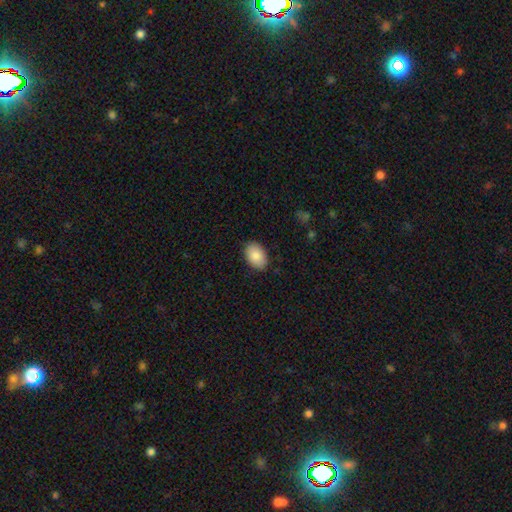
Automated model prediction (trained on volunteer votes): smooth 87%, featured or disk 7%, star or artifact 6%. Down the decision tree: how rounded — in between (90%); merging — none (87%).